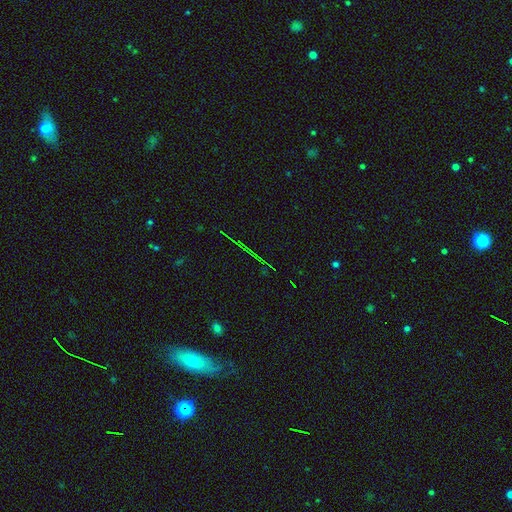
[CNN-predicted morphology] A star or artifact, not a galaxy (53%).